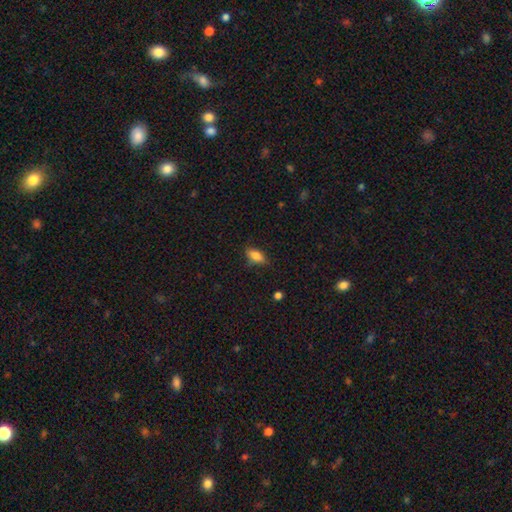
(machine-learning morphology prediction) A smooth galaxy with no disk features (83%) that is in between round and cigar-shaped (85%).

Vote fractions:
- Smooth or featured? smooth: 83% / featured or disk: 9% / star or artifact: 8%
- How rounded? in between: 85% / cigar-shaped: 10% / round: 4%
- Merging? none: 76% / minor disturbance: 19% / major disturbance: 4% / merger: 1%